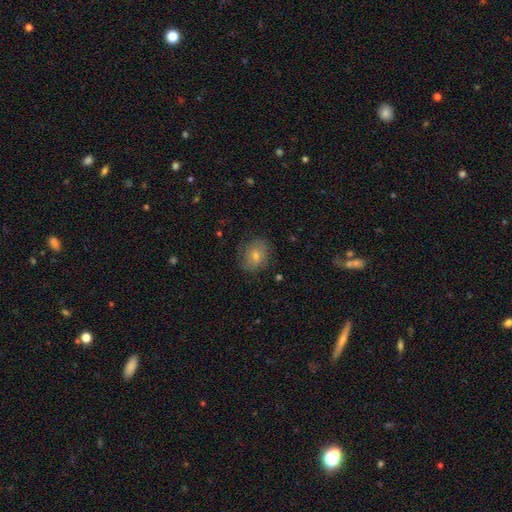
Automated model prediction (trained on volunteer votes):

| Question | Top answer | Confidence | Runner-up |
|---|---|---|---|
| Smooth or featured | smooth | 56% | featured or disk (29%) |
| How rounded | round | 56% | in between (42%) |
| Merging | none | 78% | minor disturbance (16%) |